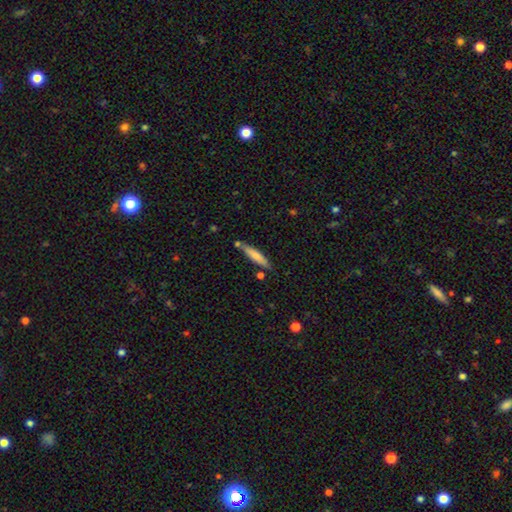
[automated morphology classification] This is likely a smooth galaxy (68%). How rounded: clearly cigar-shaped (88%). Merging: likely none (77%).